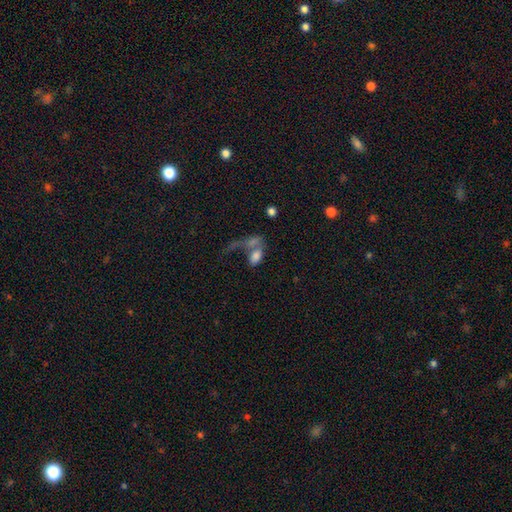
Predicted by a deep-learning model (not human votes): This is likely a smooth galaxy (70%). How rounded: clearly in between (89%). Merging: possibly merger (52%).